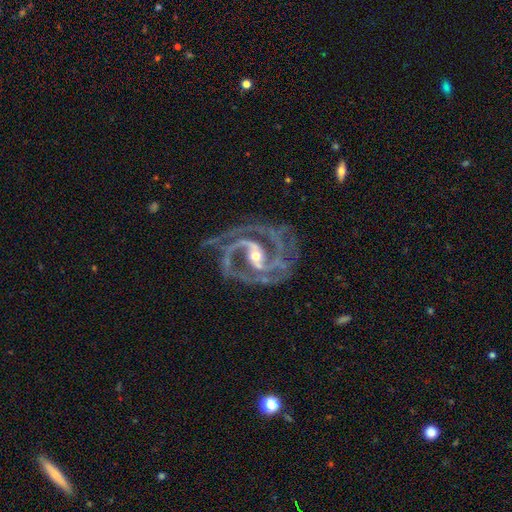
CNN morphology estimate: Smooth or featured? Predicted: featured or disk (p=0.92). Edge-on disk? Predicted: no (p=0.97). Bar? Predicted: strong (p=0.51). Spiral arms? Predicted: yes (p=0.98). Spiral winding? Predicted: tight (p=0.53). Spiral arm count? Predicted: 2 (p=0.45). Bulge size? Predicted: moderate (p=0.49). Merging? Predicted: none (p=0.70).